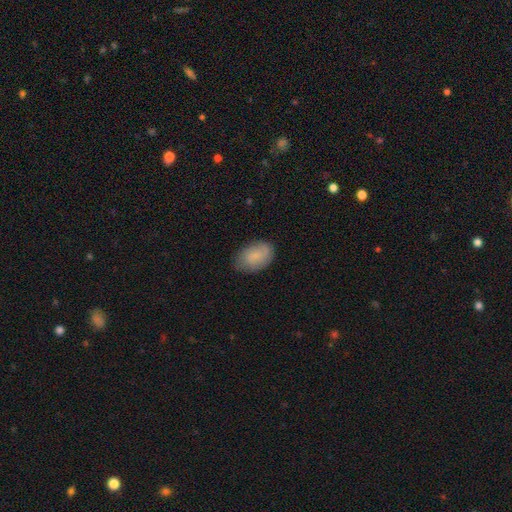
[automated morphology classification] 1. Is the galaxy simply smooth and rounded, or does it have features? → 78% smooth, 16% featured or disk, 7% star or artifact.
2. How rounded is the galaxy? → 91% in between, 8% round, 1% cigar-shaped.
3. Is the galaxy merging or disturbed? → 77% none, 18% minor disturbance, 4% major disturbance, 1% merger.